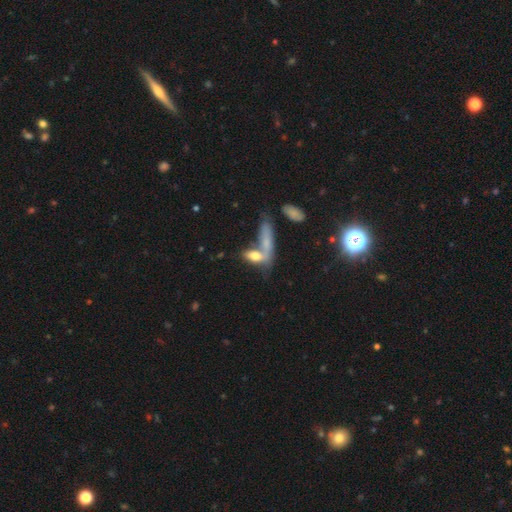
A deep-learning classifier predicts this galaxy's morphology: Smooth or featured?
  - smooth: 68% *
  - featured or disk: 24%
  - star or artifact: 8%
How rounded?
  - in between: 67% *
  - cigar-shaped: 28%
  - round: 5%
Merging?
  - merger: 49% *
  - none: 31%
  - minor disturbance: 12%
  - major disturbance: 8%